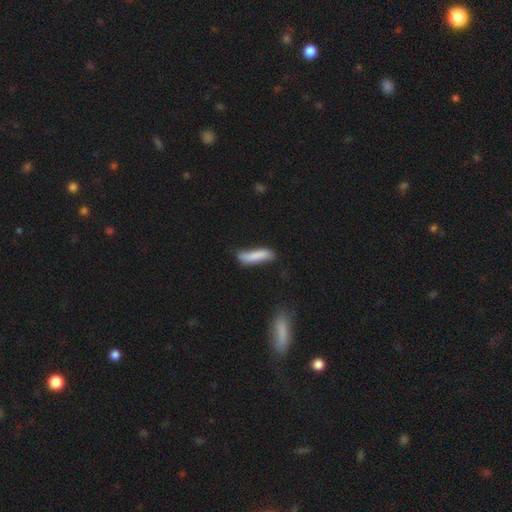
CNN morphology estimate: smooth-or-featured: smooth: 80% | featured or disk: 14% | star or artifact: 6%
  how-rounded: cigar-shaped: 78% | in between: 21% | round: 2%
  merging: none: 63% | minor disturbance: 27% | major disturbance: 7% | merger: 4%